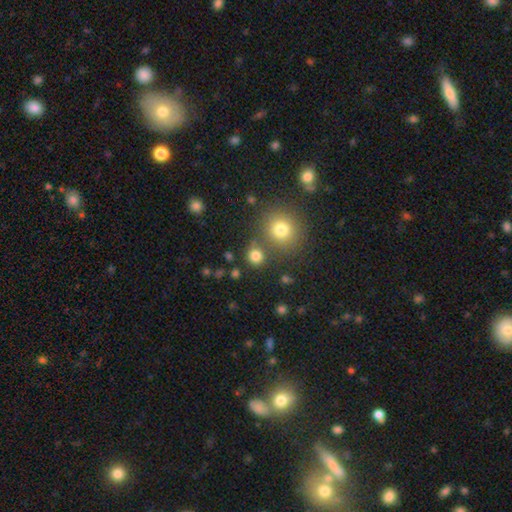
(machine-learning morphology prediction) Smooth or featured: smooth — 79% (star or artifact — 16%)
How rounded: round — 89% (in between — 10%)
Merging: none — 74% (merger — 15%)